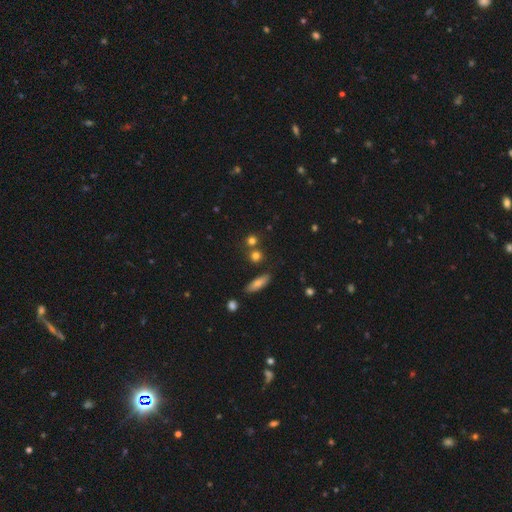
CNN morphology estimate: The model was most divided on "merging": none: 70%, merger: 17%, minor disturbance: 9%, major disturbance: 3%. More confident: how rounded — round (80%); smooth or featured — smooth (74%).